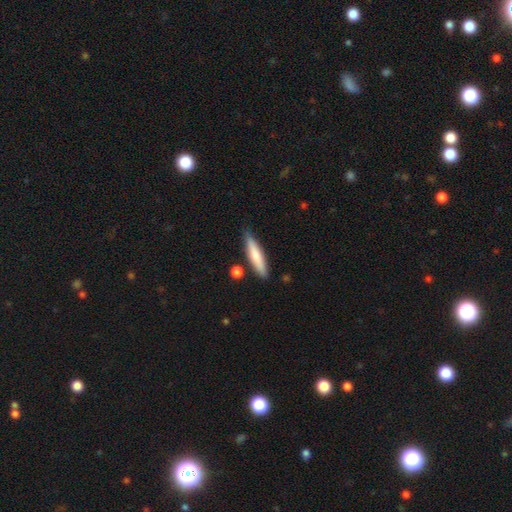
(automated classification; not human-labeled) smooth_or_featured: smooth (p=0.70) [alt: featured or disk p=0.24]
how_rounded: cigar-shaped (p=0.85) [alt: in between p=0.13]
merging: none (p=0.81) [alt: minor disturbance p=0.13]